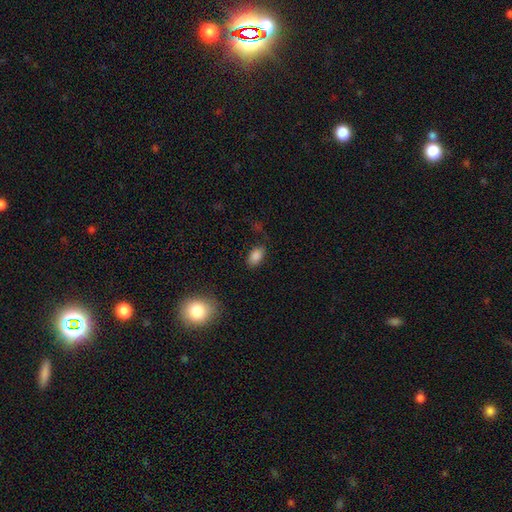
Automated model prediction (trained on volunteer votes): Smooth or featured?
  - smooth: 85% *
  - star or artifact: 11%
  - featured or disk: 5%
How rounded?
  - in between: 91% *
  - round: 7%
  - cigar-shaped: 2%
Merging?
  - none: 80% *
  - minor disturbance: 15%
  - major disturbance: 4%
  - merger: 2%